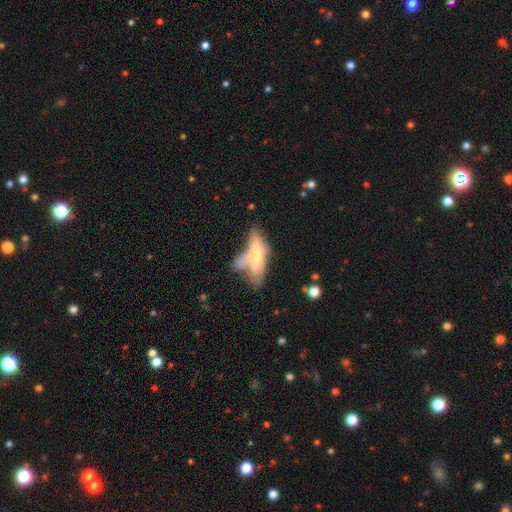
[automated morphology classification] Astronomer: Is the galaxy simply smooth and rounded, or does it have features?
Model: smooth — 49% (runner-up: featured or disk, 42%).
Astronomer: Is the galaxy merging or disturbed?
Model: merger — 37% (runner-up: none, 27%).